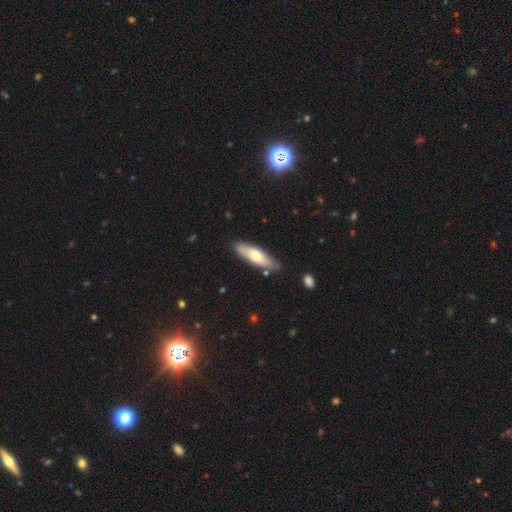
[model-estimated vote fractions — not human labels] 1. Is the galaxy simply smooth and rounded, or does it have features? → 61% smooth, 33% featured or disk, 5% star or artifact.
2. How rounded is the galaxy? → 56% cigar-shaped, 42% in between, 2% round.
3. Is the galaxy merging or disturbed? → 81% none, 14% minor disturbance, 3% merger, 2% major disturbance.